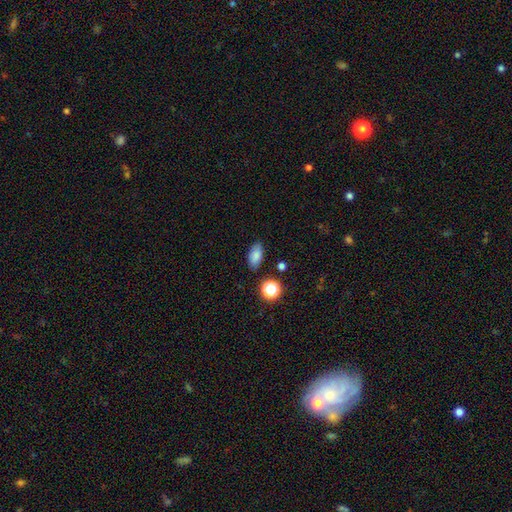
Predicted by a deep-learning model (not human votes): A smooth galaxy with no disk features (82%) that is in between round and cigar-shaped (87%). Merging: none (82%).